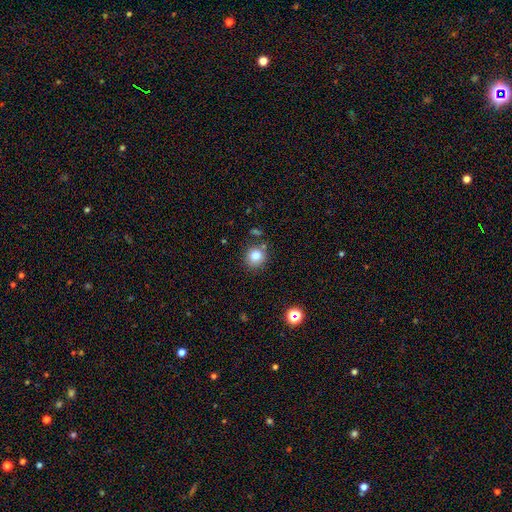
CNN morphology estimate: This appears to be a smooth galaxy with no disk features (81%) that is round (85%). Merging: none (79%).